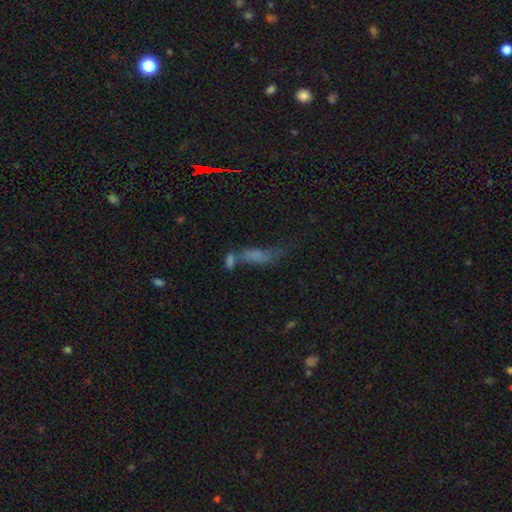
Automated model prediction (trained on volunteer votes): Smooth or featured? Predicted: smooth (p=0.57). How rounded? Predicted: in between (p=0.57). Merging? Predicted: merger (p=0.41).